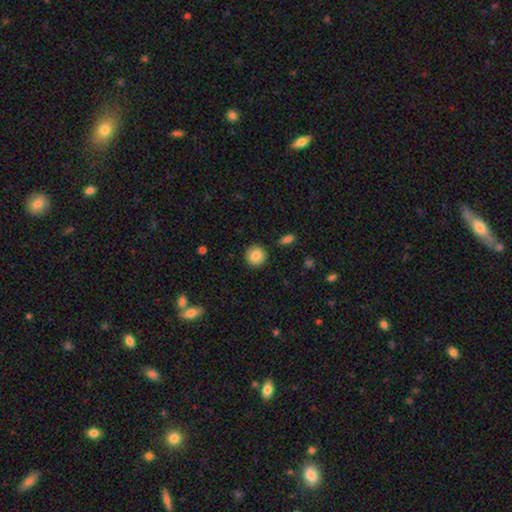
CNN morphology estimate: Smooth or featured? Predicted: smooth (p=0.86). How rounded? Predicted: round (p=0.93). Merging? Predicted: none (p=0.91).